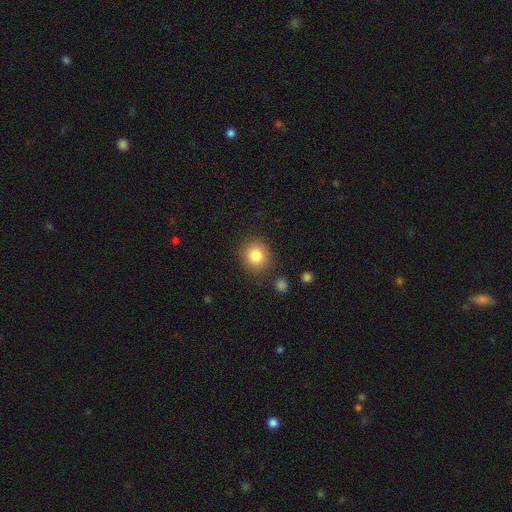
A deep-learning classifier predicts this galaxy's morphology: A smooth galaxy with no disk features (84%) that is round (82%).

Vote fractions:
- Smooth or featured? smooth: 84% / star or artifact: 9% / featured or disk: 7%
- How rounded? round: 82% / in between: 17% / cigar-shaped: 1%
- Merging? none: 84% / minor disturbance: 10% / major disturbance: 3% / merger: 3%